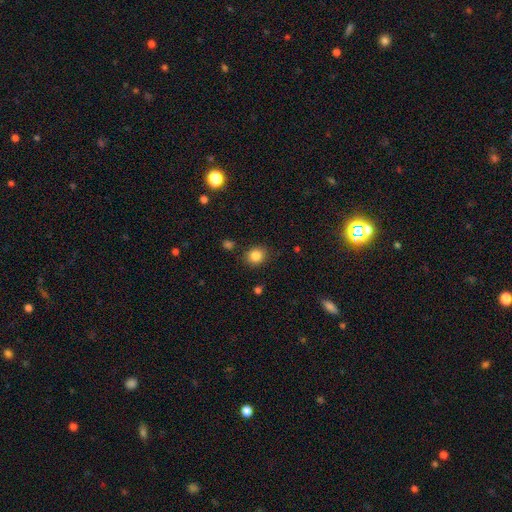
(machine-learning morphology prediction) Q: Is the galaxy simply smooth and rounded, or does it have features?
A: smooth — 84%.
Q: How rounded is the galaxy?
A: round — 74%.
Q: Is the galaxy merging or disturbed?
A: none — 86%.